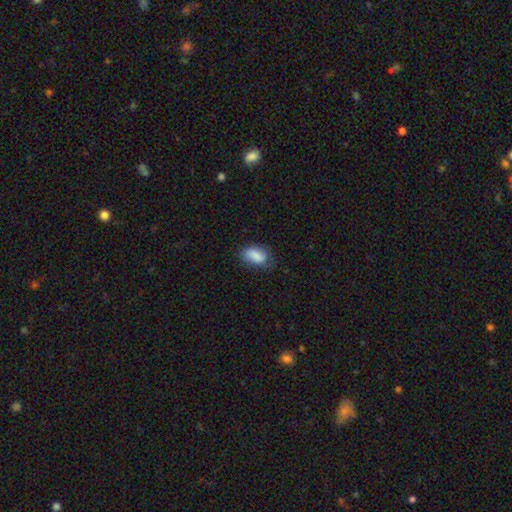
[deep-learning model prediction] A smooth galaxy with no disk features (84%) that is in between round and cigar-shaped (90%).

Vote fractions:
- Smooth or featured? smooth: 84% / featured or disk: 8% / star or artifact: 7%
- How rounded? in between: 90% / round: 7% / cigar-shaped: 3%
- Merging? none: 66% / minor disturbance: 26% / major disturbance: 7% / merger: 1%